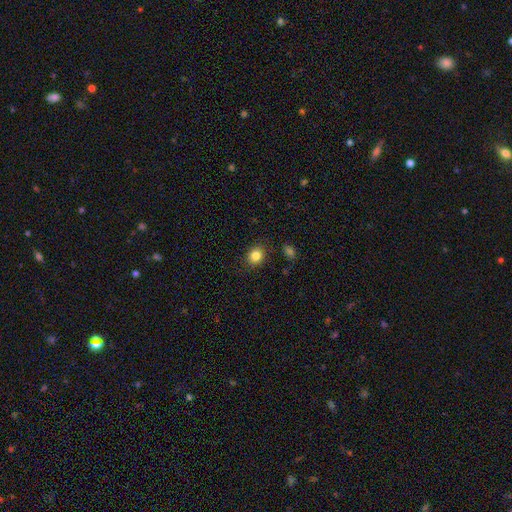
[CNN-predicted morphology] This appears to be a smooth galaxy with no disk features (84%) that is round (66%). Merging: none (87%).